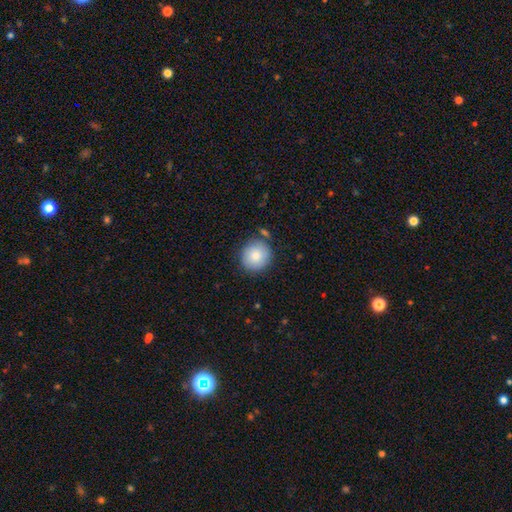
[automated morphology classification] A smooth galaxy with no disk features (85%) that is round (91%).

Vote fractions:
- Smooth or featured? smooth: 85% / featured or disk: 8% / star or artifact: 7%
- How rounded? round: 91% / in between: 8% / cigar-shaped: 1%
- Merging? none: 81% / minor disturbance: 12% / merger: 4% / major disturbance: 3%